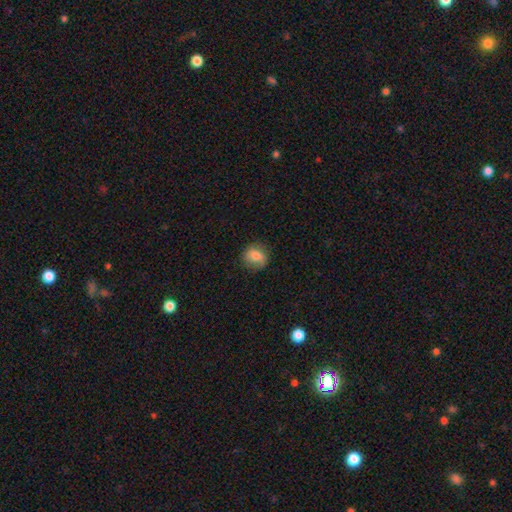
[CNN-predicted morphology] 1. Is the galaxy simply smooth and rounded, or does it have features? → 72% smooth, 19% featured or disk, 9% star or artifact.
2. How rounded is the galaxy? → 76% round, 23% in between, 1% cigar-shaped.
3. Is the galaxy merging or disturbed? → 75% none, 18% minor disturbance, 6% major disturbance, 1% merger.